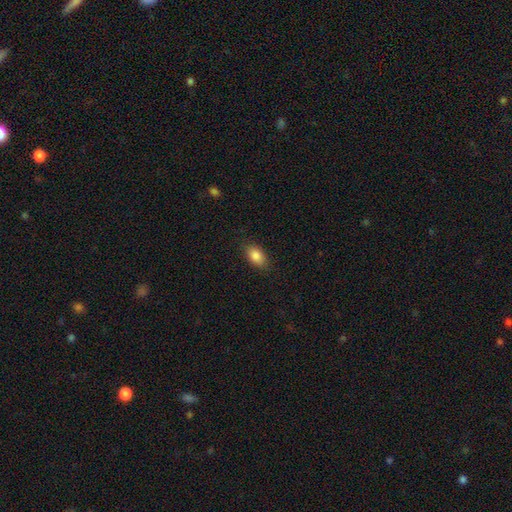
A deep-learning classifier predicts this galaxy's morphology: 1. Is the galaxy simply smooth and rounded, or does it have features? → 86% smooth, 8% star or artifact, 6% featured or disk.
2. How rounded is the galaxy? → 89% in between, 8% round, 2% cigar-shaped.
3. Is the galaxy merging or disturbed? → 86% none, 11% minor disturbance, 3% major disturbance, 1% merger.